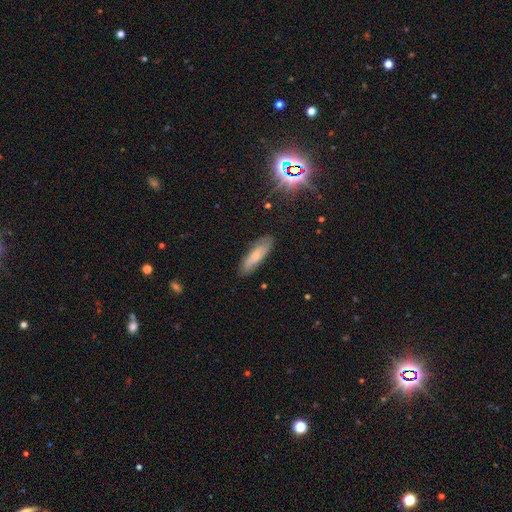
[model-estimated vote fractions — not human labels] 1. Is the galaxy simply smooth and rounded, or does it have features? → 54% smooth, 37% featured or disk, 8% star or artifact.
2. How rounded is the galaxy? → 51% cigar-shaped, 46% in between, 2% round.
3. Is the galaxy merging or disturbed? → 81% none, 14% minor disturbance, 3% major disturbance, 1% merger.